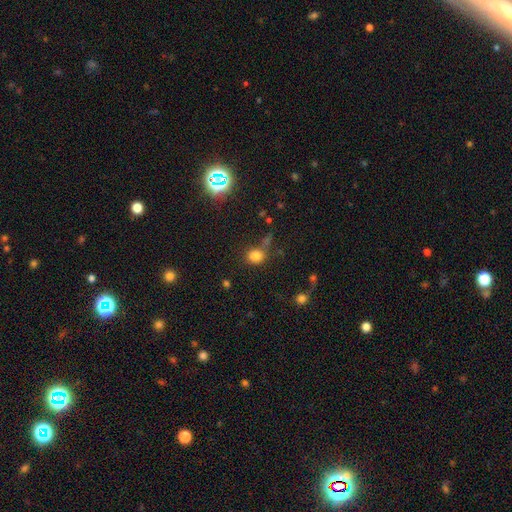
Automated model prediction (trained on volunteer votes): smooth-or-featured: smooth: 78% | star or artifact: 16% | featured or disk: 6%
  how-rounded: round: 63% | in between: 36% | cigar-shaped: 1%
  merging: none: 65% | minor disturbance: 15% | merger: 12% | major disturbance: 7%